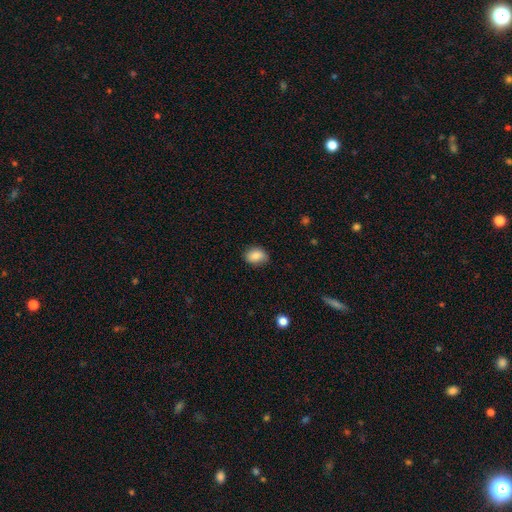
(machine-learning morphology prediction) smooth-or-featured: smooth: 85% | star or artifact: 8% | featured or disk: 7%
  how-rounded: in between: 71% | round: 28% | cigar-shaped: 1%
  merging: none: 83% | minor disturbance: 13% | major disturbance: 3% | merger: 1%